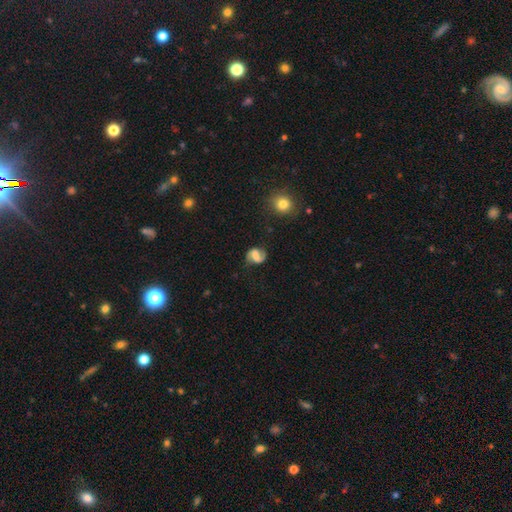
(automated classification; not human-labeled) Smooth or featured? featured or disk (71%)
Edge-on disk? no (98%)
Bar? weak (43%)
Spiral arms? yes (93%)
Spiral winding? loose (45%)
Spiral arm count? 2 (90%)
Bulge size? none (38%)
Merging? none (72%)